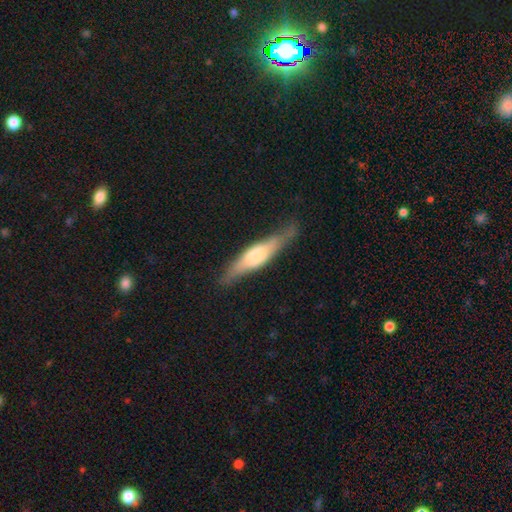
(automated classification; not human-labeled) Morphology: type=featured or disk (51%); edge-on=yes (89%); merging=none (79%).